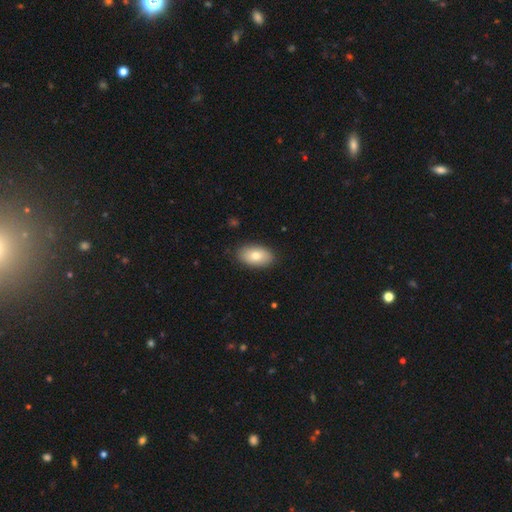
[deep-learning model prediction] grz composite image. It shows a smooth galaxy with no disk features (76%) that is in between round and cigar-shaped (93%). Merging: none (87%).